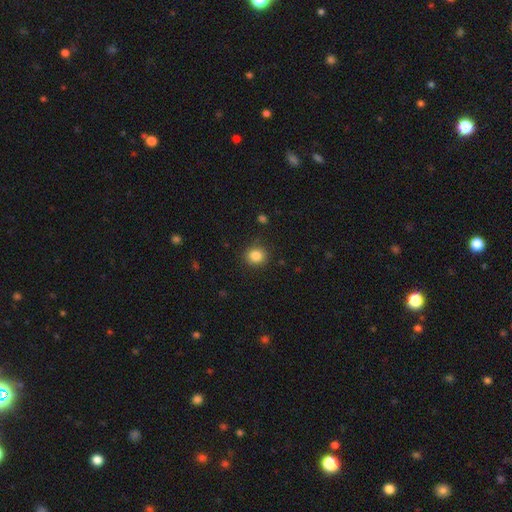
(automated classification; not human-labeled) Overall: smooth (85%). How rounded: round (81%). Merging: none (87%).